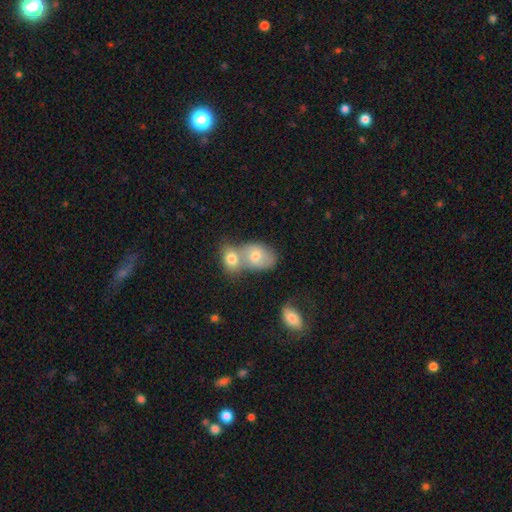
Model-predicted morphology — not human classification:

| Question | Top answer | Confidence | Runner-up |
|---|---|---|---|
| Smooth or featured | smooth | 65% | featured or disk (25%) |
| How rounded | in between | 67% | round (31%) |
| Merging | merger | 63% | none (25%) |